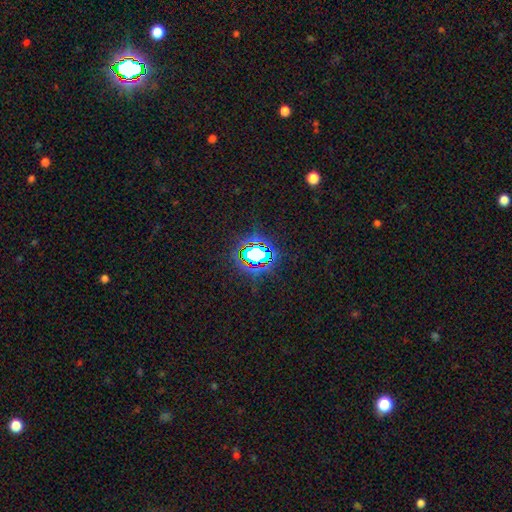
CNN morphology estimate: The model was most divided on "smooth or featured": star or artifact: 68%, smooth: 20%, featured or disk: 12%.